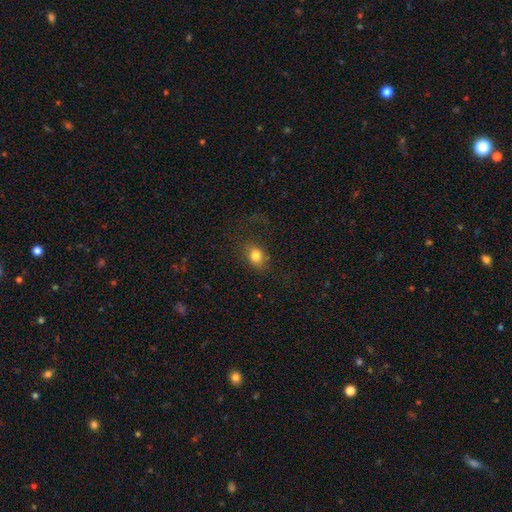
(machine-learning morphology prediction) Smooth or featured?
  - smooth: 78% *
  - star or artifact: 12%
  - featured or disk: 10%
How rounded?
  - in between: 50% *
  - round: 48%
  - cigar-shaped: 2%
Merging?
  - none: 65% *
  - minor disturbance: 18%
  - major disturbance: 16%
  - merger: 2%